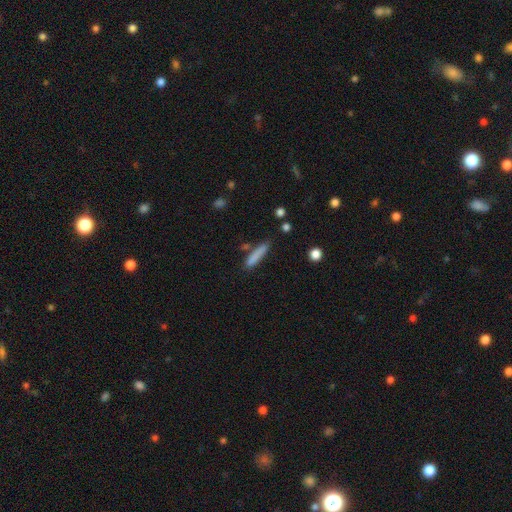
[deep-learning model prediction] Smooth or featured: smooth — 83% (featured or disk — 10%)
How rounded: cigar-shaped — 85% (in between — 13%)
Merging: none — 76% (minor disturbance — 16%)